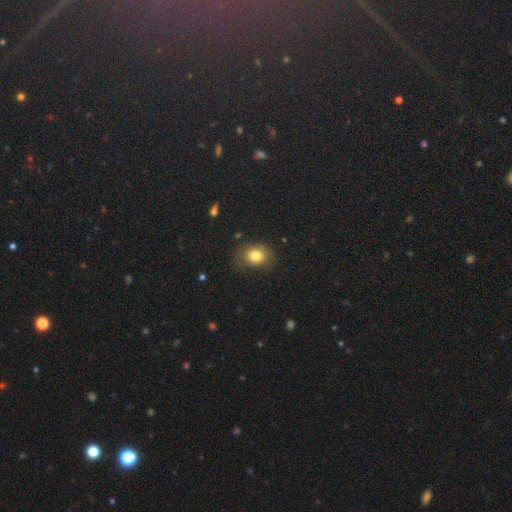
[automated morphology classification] type=smooth (79%); roundness=round (51%); merging=none (76%).